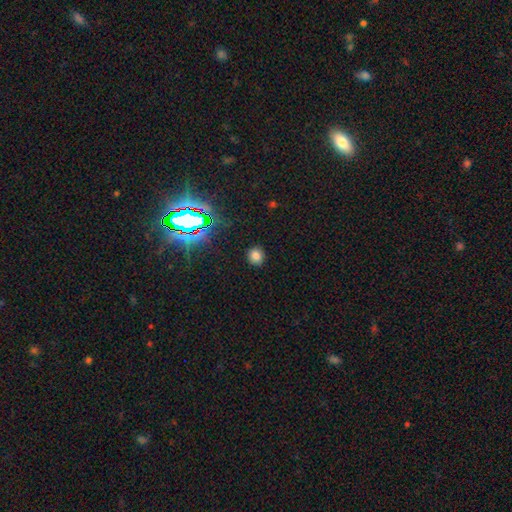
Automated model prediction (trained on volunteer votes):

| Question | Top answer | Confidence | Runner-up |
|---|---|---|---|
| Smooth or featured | smooth | 76% | star or artifact (18%) |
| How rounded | round | 82% | in between (17%) |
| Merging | none | 88% | minor disturbance (8%) |